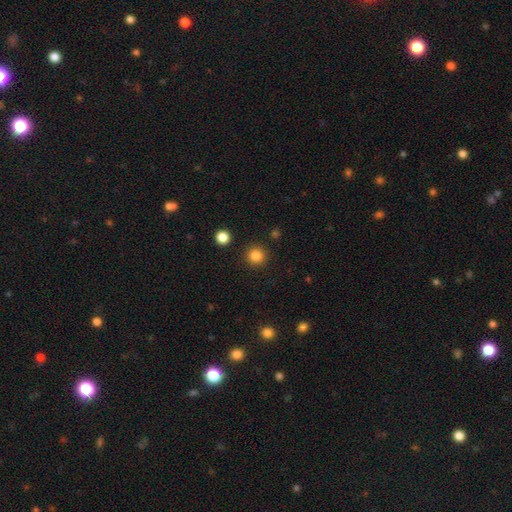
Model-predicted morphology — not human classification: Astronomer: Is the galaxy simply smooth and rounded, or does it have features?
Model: smooth — 84%.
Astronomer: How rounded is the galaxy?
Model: round — 95%.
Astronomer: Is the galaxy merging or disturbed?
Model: none — 91%.